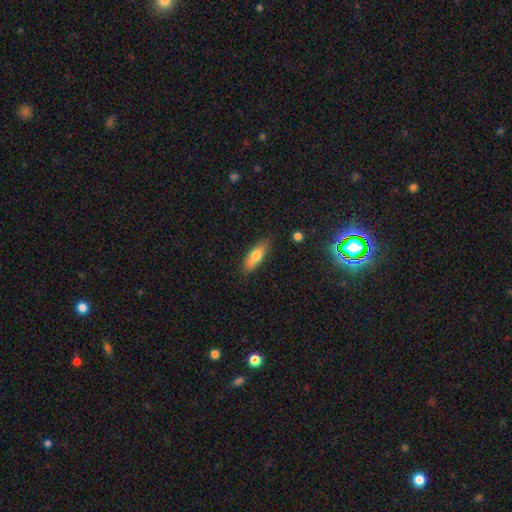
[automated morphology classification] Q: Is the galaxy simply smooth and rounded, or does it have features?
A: smooth — 75%.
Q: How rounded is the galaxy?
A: in between — 61%.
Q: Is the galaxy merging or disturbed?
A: none — 82%.